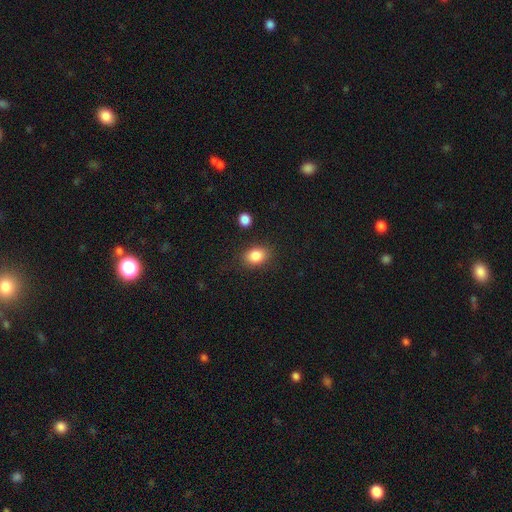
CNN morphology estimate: Smooth or featured? Predicted: smooth (p=0.85). How rounded? Predicted: in between (p=0.65). Merging? Predicted: none (p=0.81).